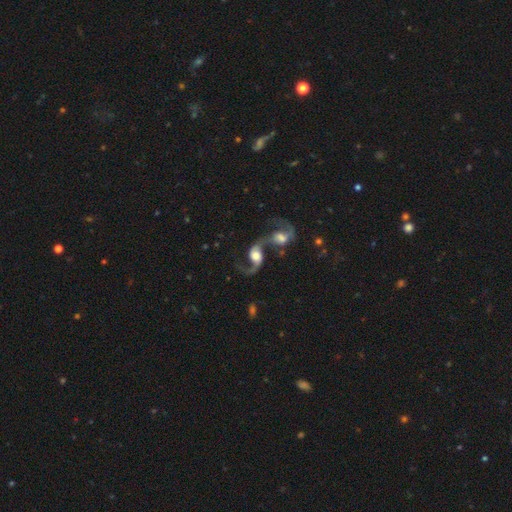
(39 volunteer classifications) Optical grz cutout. It shows a featured or disk galaxy (90%) with no bar (71%), 2 (84%) loose (81%) spiral arms (94%) and a large central bulge (38%). Merging: merger (79%).